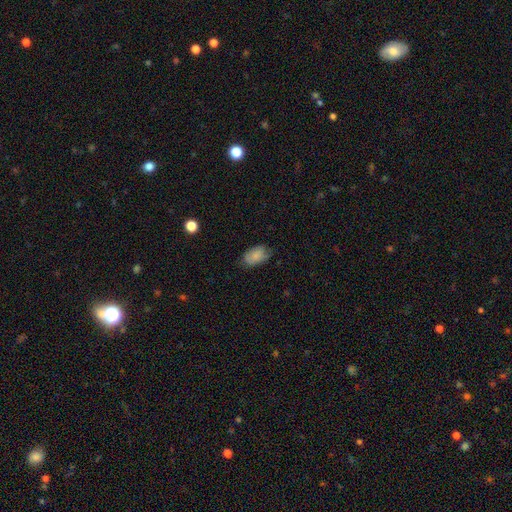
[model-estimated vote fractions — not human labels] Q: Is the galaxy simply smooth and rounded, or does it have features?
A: smooth — 78%.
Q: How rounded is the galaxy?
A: in between — 91%.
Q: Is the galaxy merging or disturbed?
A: none — 69%.